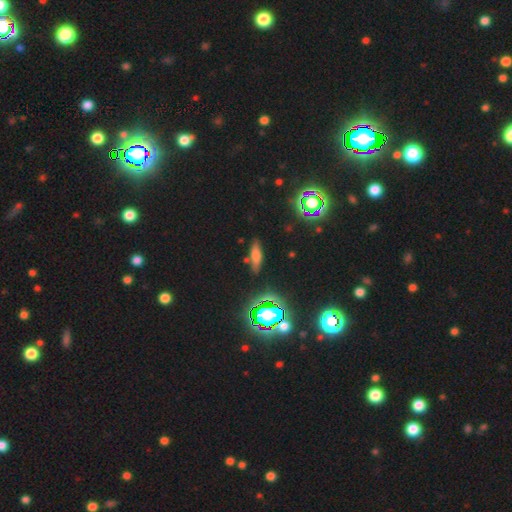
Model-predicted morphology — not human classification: A smooth galaxy with no disk features (54%) that is cigar-shaped (52%).

Vote fractions:
- Smooth or featured? smooth: 54% / star or artifact: 26% / featured or disk: 21%
- How rounded? cigar-shaped: 52% / in between: 43% / round: 6%
- Merging? none: 80% / minor disturbance: 13% / major disturbance: 4% / merger: 3%